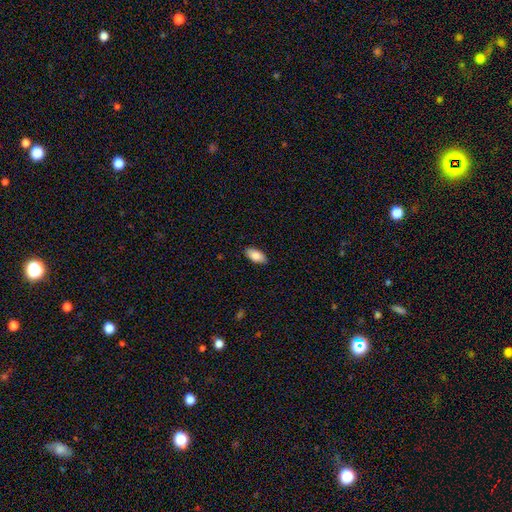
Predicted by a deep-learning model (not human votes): A smooth galaxy with no disk features (86%) that is in between round and cigar-shaped (93%).

Vote fractions:
- Smooth or featured? smooth: 86% / featured or disk: 8% / star or artifact: 6%
- How rounded? in between: 93% / cigar-shaped: 5% / round: 2%
- Merging? none: 89% / minor disturbance: 9% / major disturbance: 2% / merger: 1%